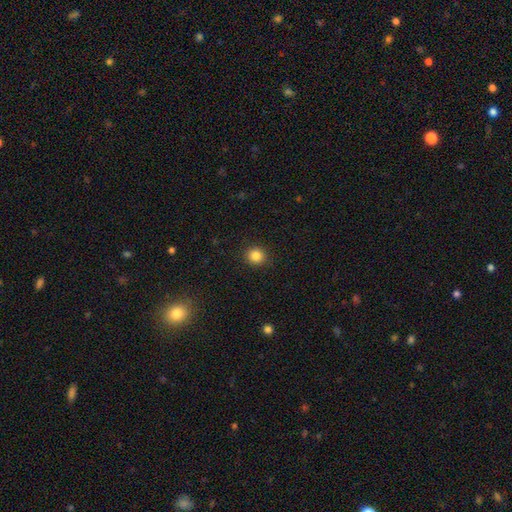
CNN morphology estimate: smooth 85%, star or artifact 11%, featured or disk 4%. Down the decision tree: how rounded — round (89%); merging — none (91%).